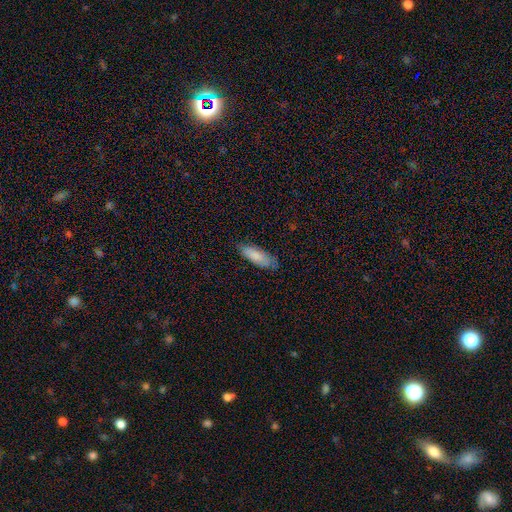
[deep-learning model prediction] Q: Smooth or featured?
A: smooth (82%); runner-up: featured or disk (12%)
Q: How rounded?
A: in between (64%); runner-up: cigar-shaped (35%)
Q: Merging?
A: none (77%); runner-up: minor disturbance (18%)